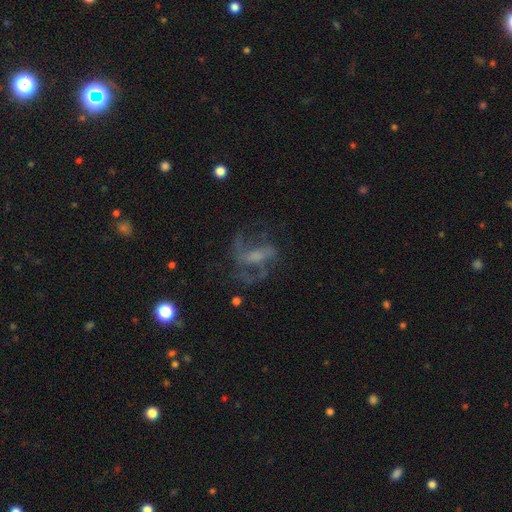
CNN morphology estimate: This is likely a featured or disk galaxy (72%). It is clearly not viewed edge-on (96%). Bar: marginally weak (40%). Spiral arm pattern: likely yes (79%). Spiral arm count: possibly 2 (57%). Spiral winding: possibly loose (45%). Central bulge: marginally none (33%). Merging: possibly none (51%).